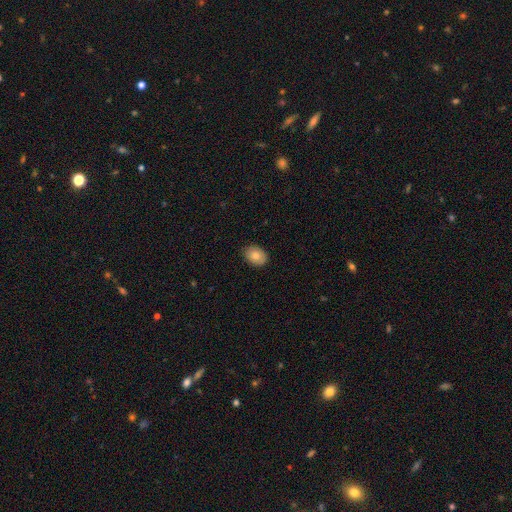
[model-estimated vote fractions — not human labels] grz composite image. It shows a smooth galaxy with no disk features (83%) that is in between round and cigar-shaped (76%). Merging: none (87%).